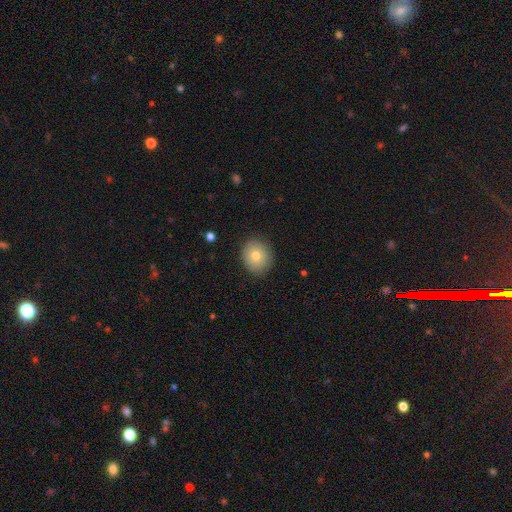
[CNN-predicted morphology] Q: Smooth or featured?
A: smooth (76%); runner-up: featured or disk (14%)
Q: How rounded?
A: round (73%); runner-up: in between (26%)
Q: Merging?
A: none (87%); runner-up: minor disturbance (9%)